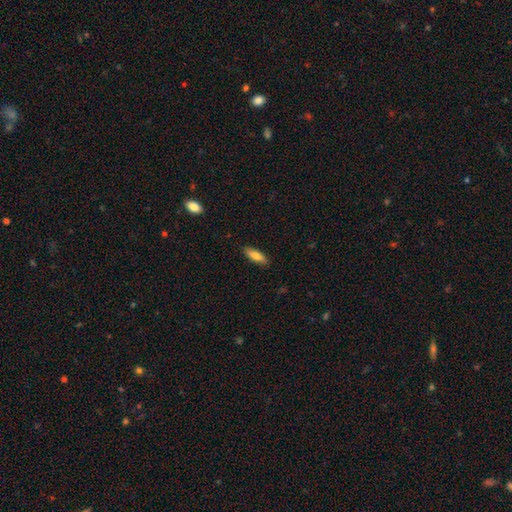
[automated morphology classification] type=smooth (76%); roundness=in between (58%); merging=none (88%).